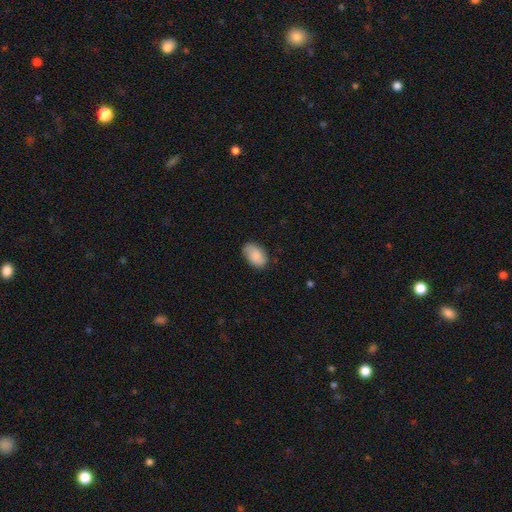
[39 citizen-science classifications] A smooth galaxy with no disk features (82%) that is in between round and cigar-shaped (97%). Merging: none (86%).